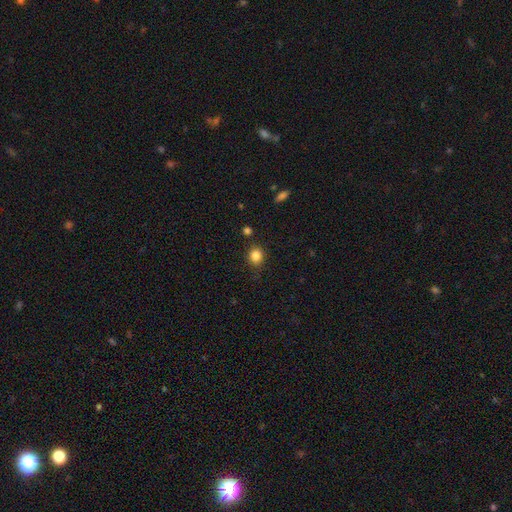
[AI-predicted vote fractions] Smooth or featured? Predicted: smooth (p=0.84). How rounded? Predicted: round (p=0.78). Merging? Predicted: none (p=0.82).